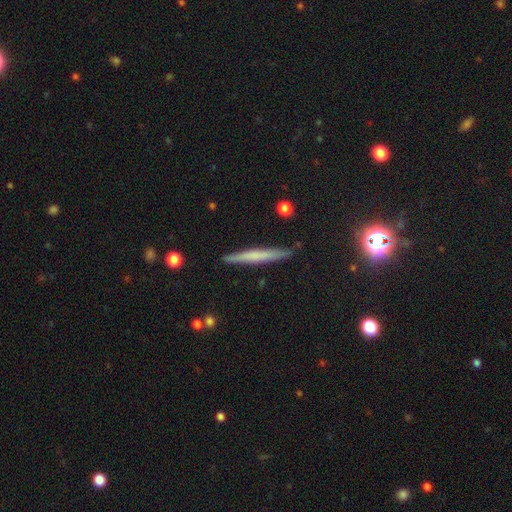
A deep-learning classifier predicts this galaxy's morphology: Smooth or featured: smooth — 51% (featured or disk — 41%)
How rounded: cigar-shaped — 96% (in between — 3%)
Merging: none — 89% (minor disturbance — 8%)